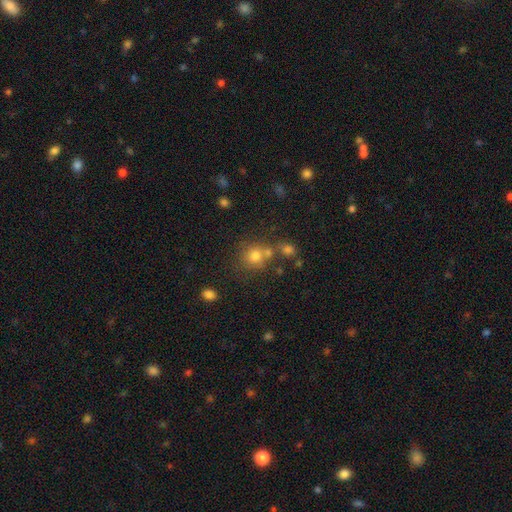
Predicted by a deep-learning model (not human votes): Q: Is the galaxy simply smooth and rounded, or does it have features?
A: smooth — 73%.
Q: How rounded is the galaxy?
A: round — 87%.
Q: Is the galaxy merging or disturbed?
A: none — 61%.